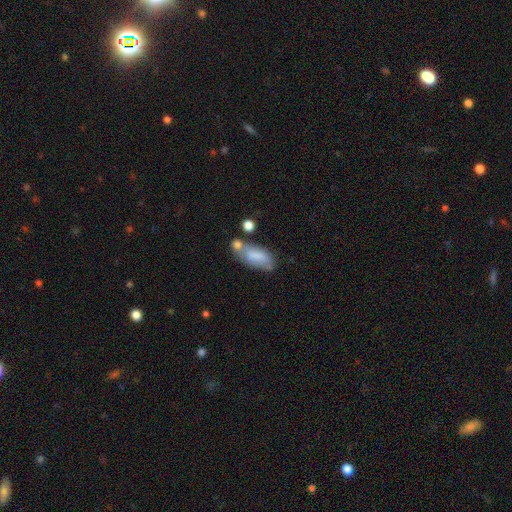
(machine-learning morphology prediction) Smooth or featured?
  - smooth: 71% *
  - featured or disk: 22%
  - star or artifact: 7%
How rounded?
  - in between: 85% *
  - cigar-shaped: 12%
  - round: 3%
Merging?
  - none: 40% *
  - merger: 29%
  - minor disturbance: 22%
  - major disturbance: 9%